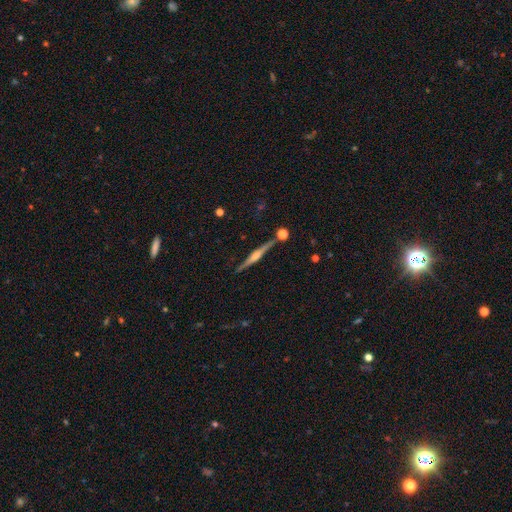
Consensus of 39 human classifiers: A featured or disk galaxy (85%) viewed edge-on (100%) with a rounded central bulge (88%). Merging: none (83%).